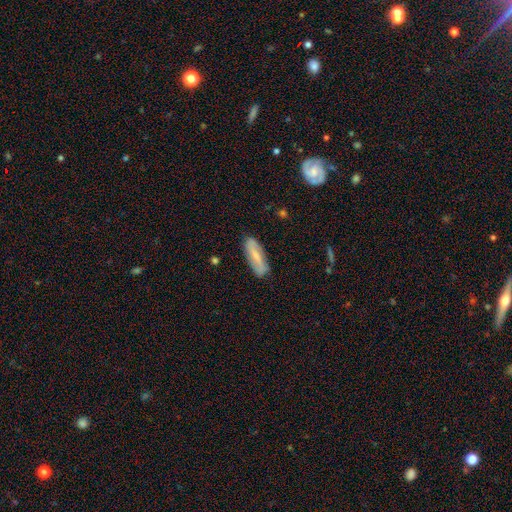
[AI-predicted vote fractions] smooth_or_featured: smooth (p=0.59) [alt: featured or disk p=0.35]
how_rounded: in between (p=0.54) [alt: cigar-shaped p=0.44]
merging: none (p=0.83) [alt: minor disturbance p=0.13]